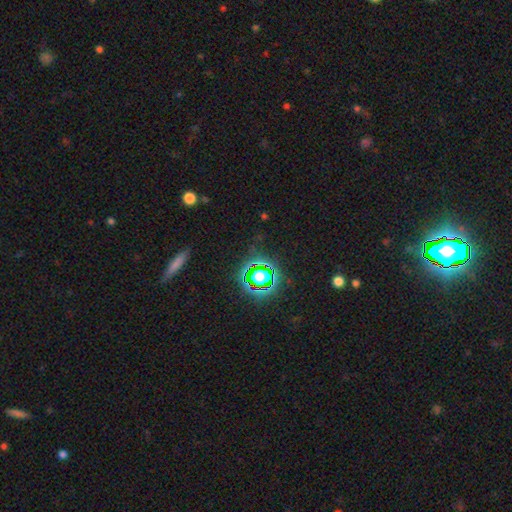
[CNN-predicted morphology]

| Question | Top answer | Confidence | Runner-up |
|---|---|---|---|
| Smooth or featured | star or artifact | 74% | smooth (17%) |